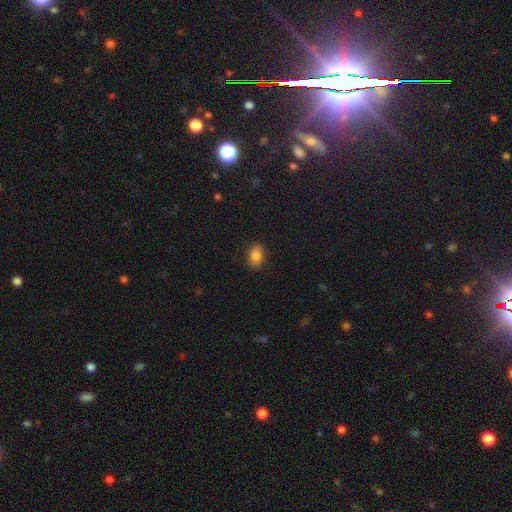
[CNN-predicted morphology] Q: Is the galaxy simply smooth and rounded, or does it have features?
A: smooth — 84%.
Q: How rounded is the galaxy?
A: in between — 84%.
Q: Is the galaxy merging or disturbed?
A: none — 87%.